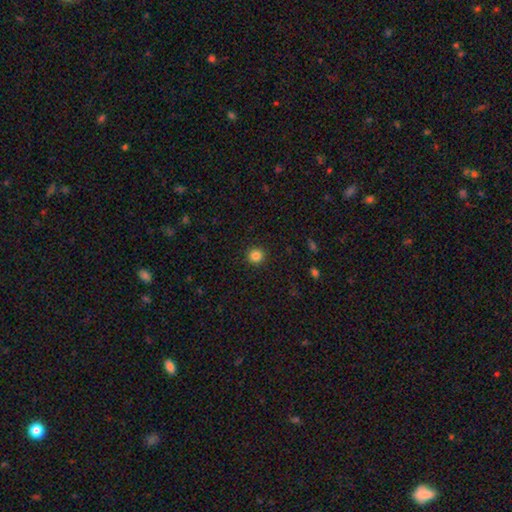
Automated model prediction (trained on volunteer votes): A smooth galaxy with no disk features (85%) that is round (92%). Merging: none (92%).